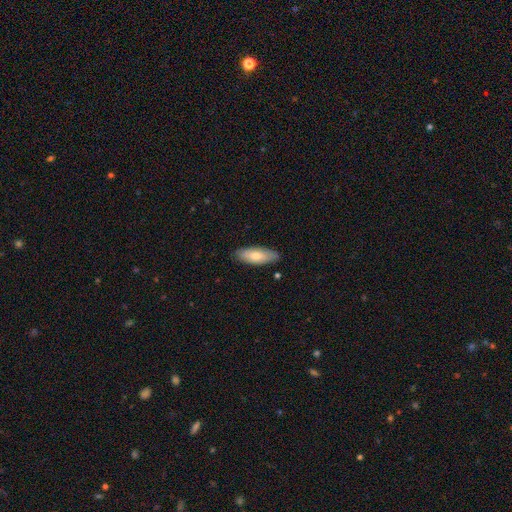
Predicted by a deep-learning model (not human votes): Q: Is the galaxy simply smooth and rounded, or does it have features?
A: smooth — 68%.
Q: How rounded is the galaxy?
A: in between — 72%.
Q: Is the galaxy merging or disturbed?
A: none — 85%.